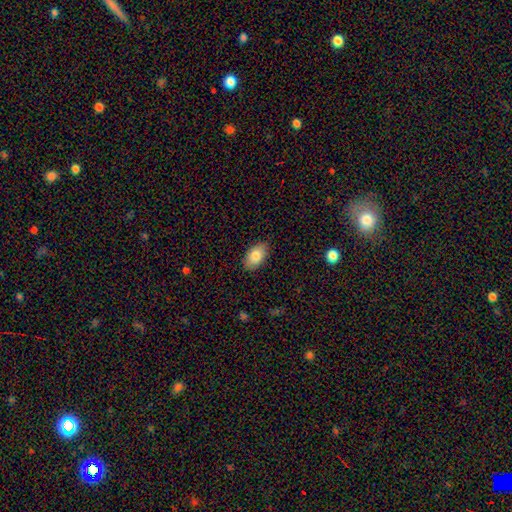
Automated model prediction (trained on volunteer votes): The model was most divided on "smooth or featured": smooth: 82%, featured or disk: 11%, star or artifact: 7%. More confident: how rounded — in between (94%); merging — none (87%).